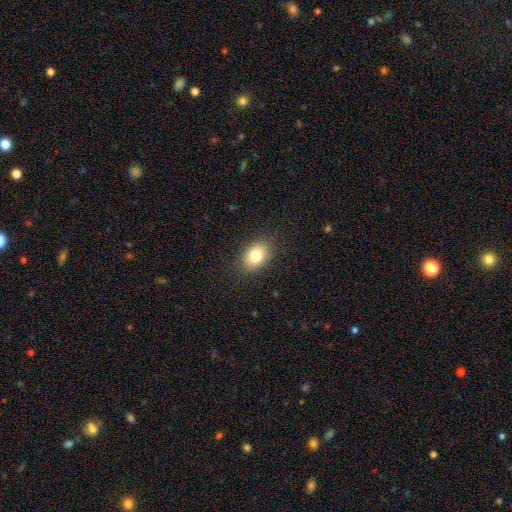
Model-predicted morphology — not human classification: This appears to be a smooth galaxy with no disk features (80%) that is in between round and cigar-shaped (79%). Merging: none (87%).